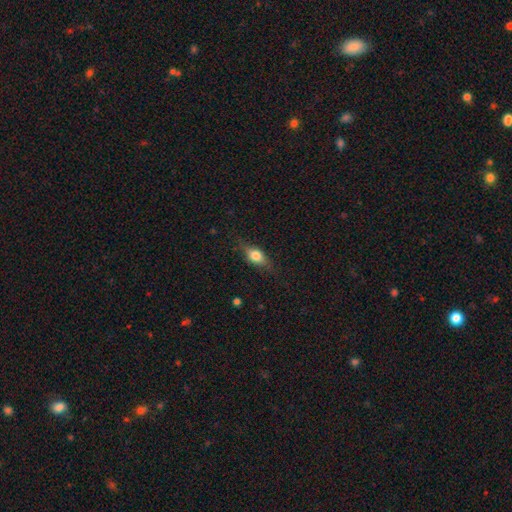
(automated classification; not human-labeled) Smooth or featured: smooth — 67% (featured or disk — 25%)
How rounded: in between — 73% (cigar-shaped — 15%)
Merging: none — 76% (minor disturbance — 18%)